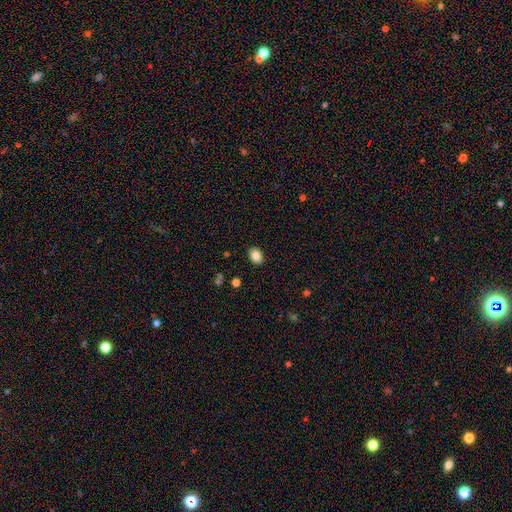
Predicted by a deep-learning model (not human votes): A smooth galaxy with no disk features (85%) that is in between round and cigar-shaped (68%). Merging: none (90%).